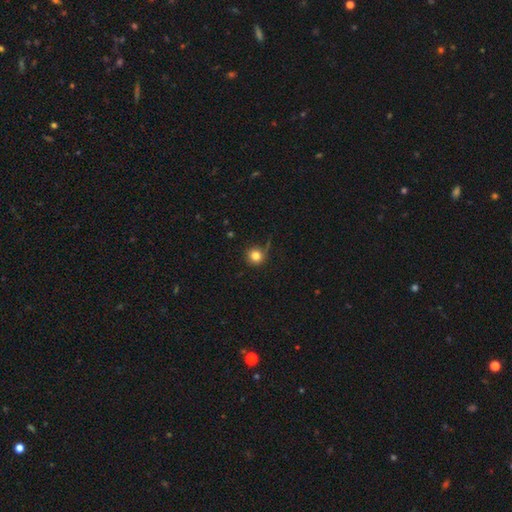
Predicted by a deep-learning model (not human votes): Morphology: type=smooth (82%); roundness=round (94%); merging=none (74%).